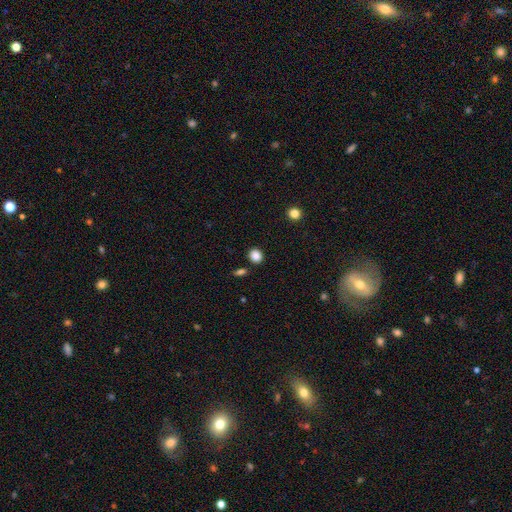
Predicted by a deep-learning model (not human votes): A smooth galaxy with no disk features (86%) that is round (74%). Merging: none (87%).